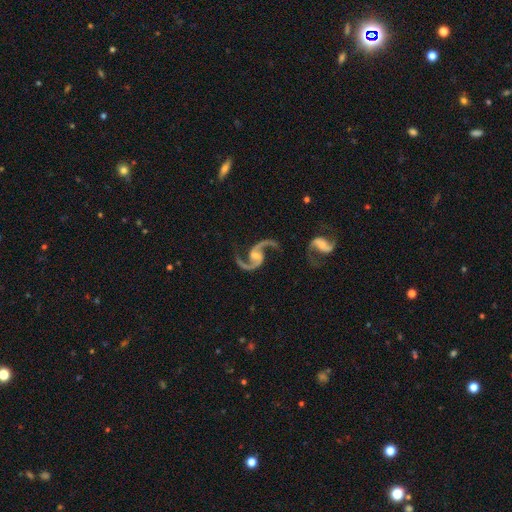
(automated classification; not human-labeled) A featured or disk galaxy (94%) with no bar (45%), 2 (94%) loose (53%) spiral arms (98%) and a small central bulge (40%).

Vote fractions:
- Smooth or featured? featured or disk: 94% / star or artifact: 4% / smooth: 2%
- Edge-on disk? no: 98% / yes: 2%
- Bar? no: 45% / weak: 41% / strong: 13%
- Spiral arms? yes: 98% / no: 2%
- Spiral winding? loose: 53% / medium: 41% / tight: 6%
- Spiral arm count? 2: 94% / 1: 1% / can't tell: 1% / 3: 1% / 4: 1% / more than 4: 1%
- Bulge size? small: 40% / moderate: 36% / none: 17% / large: 6% / dominant: 2%
- Merging? none: 70% / minor disturbance: 15% / major disturbance: 9% / merger: 5%